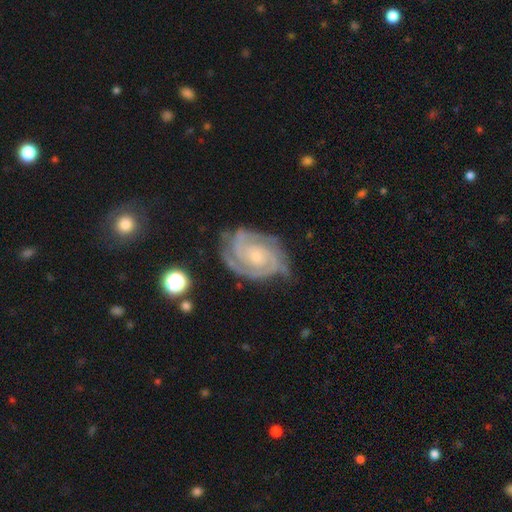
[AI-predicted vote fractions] Smooth or featured?
  - featured or disk: 92% *
  - star or artifact: 4%
  - smooth: 4%
Edge-on disk?
  - no: 98% *
  - yes: 2%
Bar?
  - no: 69% *
  - weak: 24%
  - strong: 7%
Spiral arms?
  - yes: 99% *
  - no: 1%
Spiral winding?
  - tight: 72% *
  - medium: 25%
  - loose: 3%
Spiral arm count?
  - 2: 44% *
  - 3: 34%
  - can't tell: 8%
  - 4: 6%
  - 1: 4%
  - more than 4: 4%
Bulge size?
  - small: 70% *
  - moderate: 25%
  - none: 3%
  - large: 1%
  - dominant: 1%
Merging?
  - none: 72% *
  - minor disturbance: 20%
  - major disturbance: 6%
  - merger: 2%